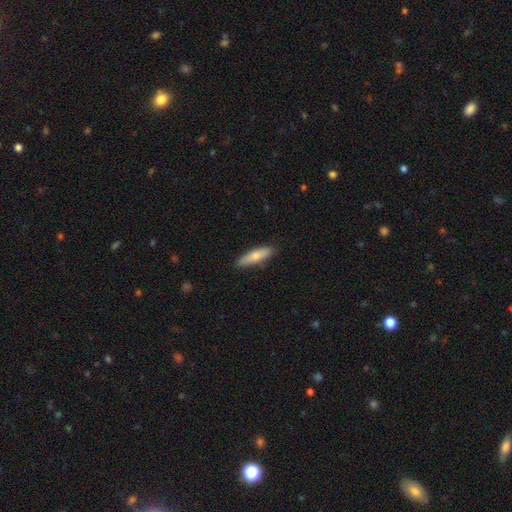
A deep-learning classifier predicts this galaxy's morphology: smooth-or-featured: smooth: 74% | featured or disk: 21% | star or artifact: 6%
  how-rounded: cigar-shaped: 64% | in between: 34% | round: 2%
  merging: none: 86% | minor disturbance: 11% | major disturbance: 2% | merger: 1%